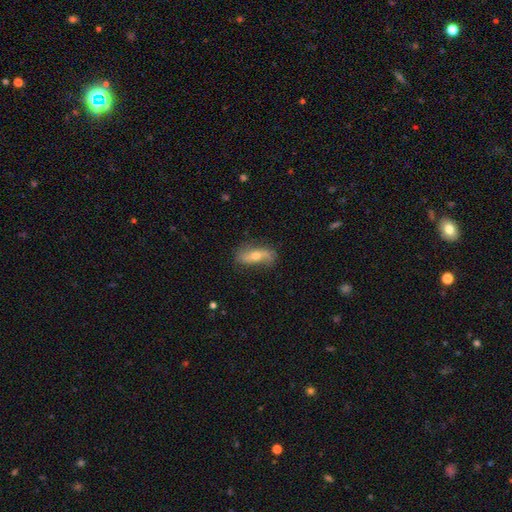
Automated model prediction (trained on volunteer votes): This is possibly a featured or disk galaxy (59%). It is likely not viewed edge-on (74%). Merging: likely none (73%).